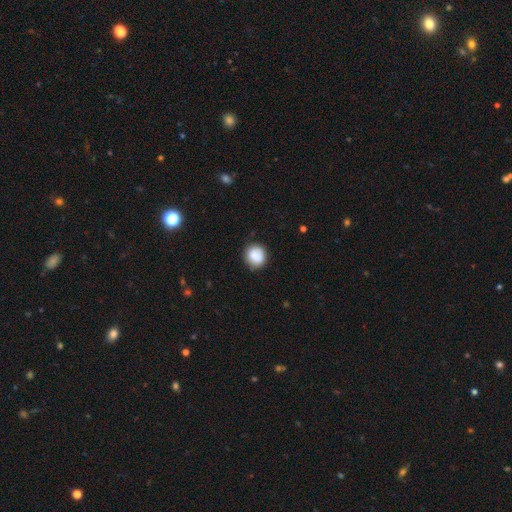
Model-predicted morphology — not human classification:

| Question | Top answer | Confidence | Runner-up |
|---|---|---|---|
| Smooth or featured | smooth | 86% | star or artifact (8%) |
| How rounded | round | 86% | in between (13%) |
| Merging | none | 82% | minor disturbance (14%) |